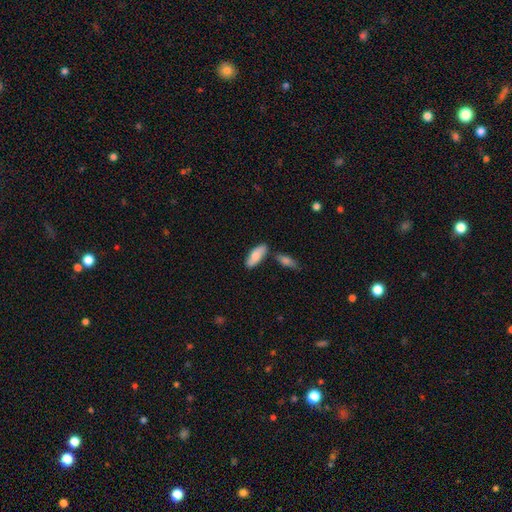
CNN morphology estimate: smooth_or_featured: smooth (p=0.77) [alt: featured or disk p=0.18]
how_rounded: in between (p=0.75) [alt: cigar-shaped p=0.23]
merging: none (p=0.72) [alt: minor disturbance p=0.14]